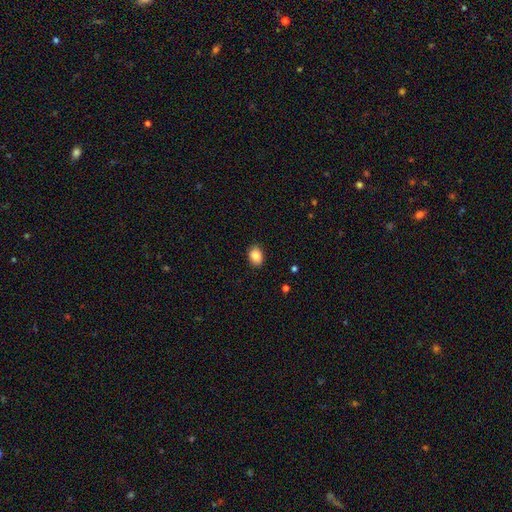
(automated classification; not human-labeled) Smooth or featured? smooth (88%)
How rounded? in between (74%)
Merging? none (88%)